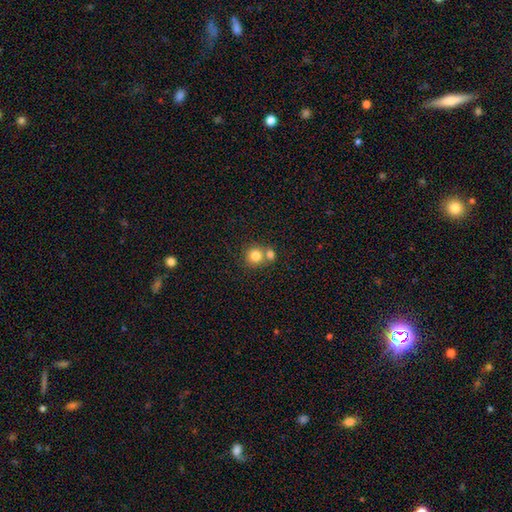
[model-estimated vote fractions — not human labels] This appears to be a smooth galaxy with no disk features (81%) that is round (90%). Merging: none (52%).